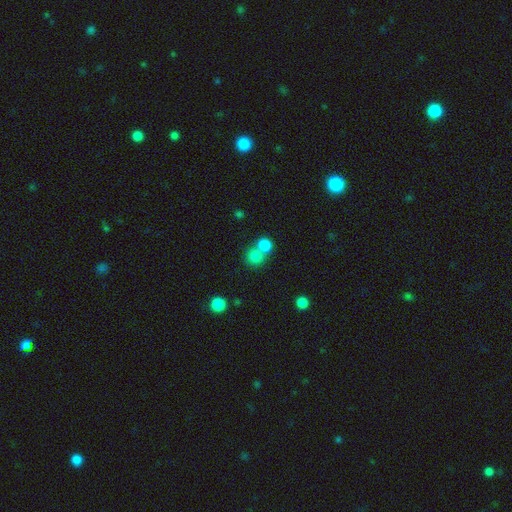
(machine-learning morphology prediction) Overall: smooth (80%). How rounded: round (81%). Merging: none (46%; merger 45%).